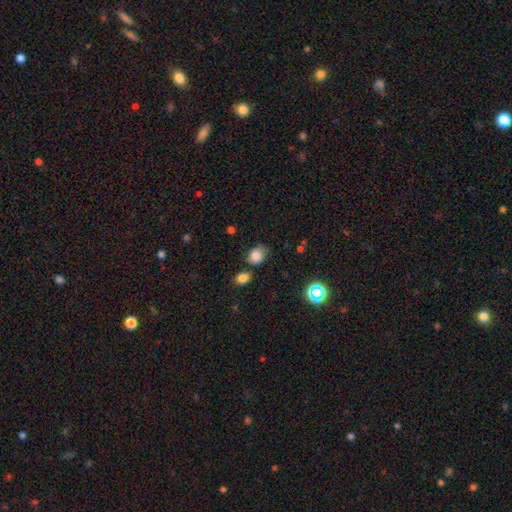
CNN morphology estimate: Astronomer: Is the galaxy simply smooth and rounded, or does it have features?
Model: smooth — 81%.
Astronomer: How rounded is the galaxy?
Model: in between — 59% (runner-up: round, 40%).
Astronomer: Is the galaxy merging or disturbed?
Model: none — 60%.